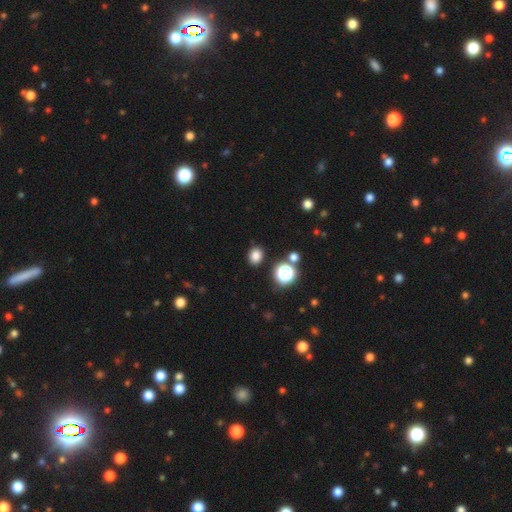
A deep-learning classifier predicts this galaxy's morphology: Q: Smooth or featured?
A: smooth (81%); runner-up: star or artifact (15%)
Q: How rounded?
A: round (53%); runner-up: in between (46%)
Q: Merging?
A: none (87%); runner-up: minor disturbance (8%)